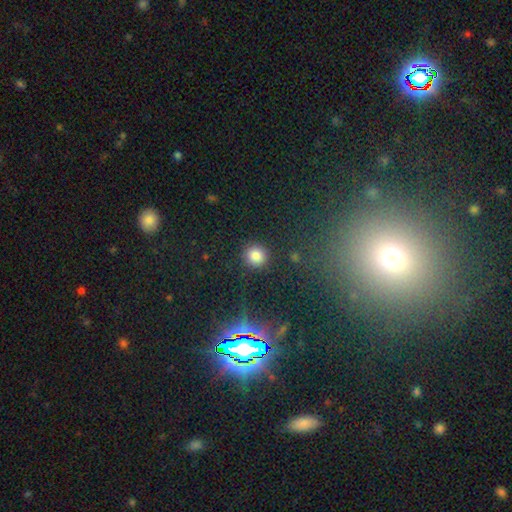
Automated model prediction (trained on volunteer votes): smooth_or_featured: smooth (p=0.82) [alt: star or artifact p=0.13]
how_rounded: round (p=0.89) [alt: in between p=0.10]
merging: none (p=0.88) [alt: minor disturbance p=0.07]